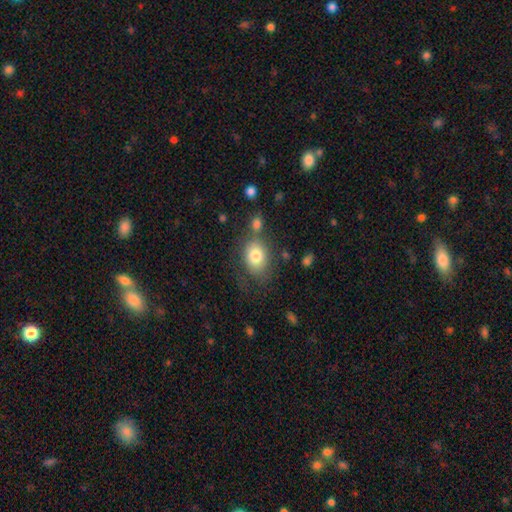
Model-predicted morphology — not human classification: The model was most divided on "merging": none: 60%, minor disturbance: 20%, merger: 11%, major disturbance: 9%. More confident: smooth or featured — smooth (79%); how rounded — in between (70%).